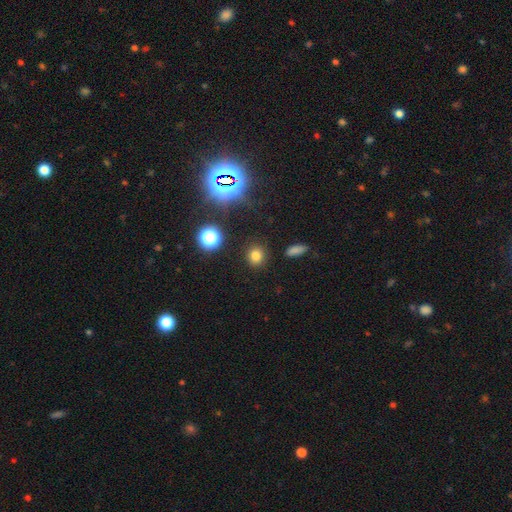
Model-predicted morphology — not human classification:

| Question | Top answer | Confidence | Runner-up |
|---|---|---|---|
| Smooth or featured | smooth | 75% | star or artifact (19%) |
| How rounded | round | 81% | in between (17%) |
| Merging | none | 89% | minor disturbance (6%) |